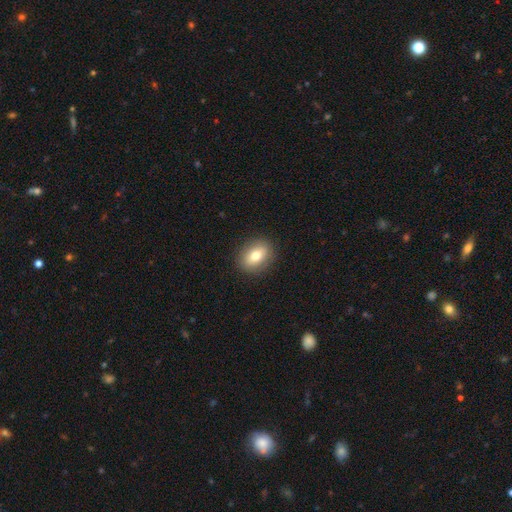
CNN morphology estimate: type=smooth (73%); roundness=in between (67%); merging=none (88%).